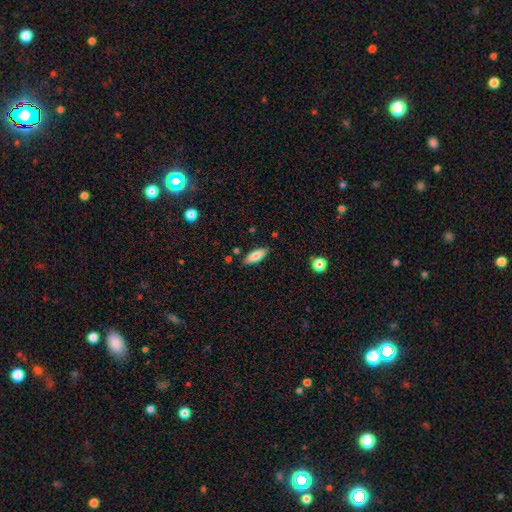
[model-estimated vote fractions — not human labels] Smooth or featured: smooth — 80% (featured or disk — 14%)
How rounded: in between — 69% (cigar-shaped — 29%)
Merging: none — 84% (minor disturbance — 11%)